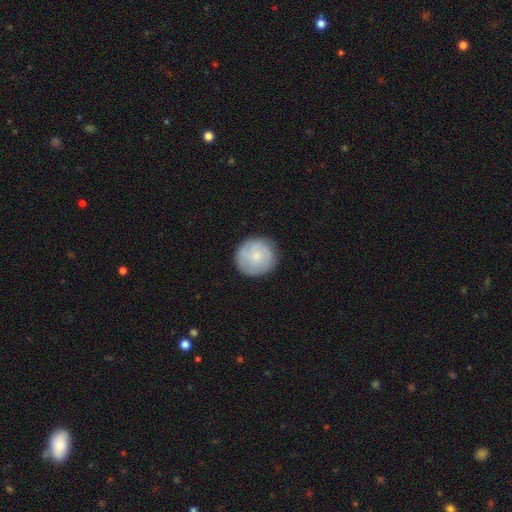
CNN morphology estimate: Smooth or featured? smooth (63%)
How rounded? round (93%)
Merging? none (84%)